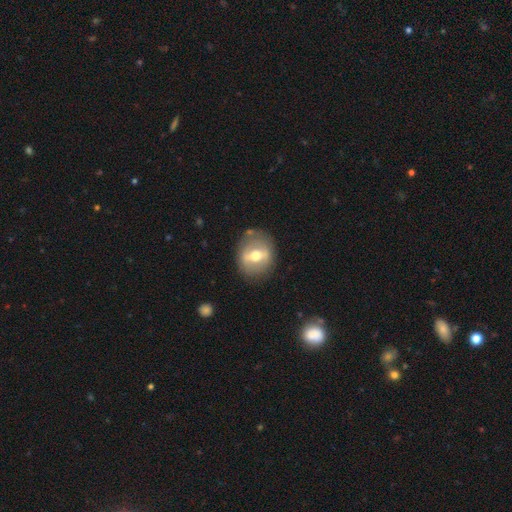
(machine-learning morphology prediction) This appears to be a featured or disk galaxy (56%). Merging: none (78%).